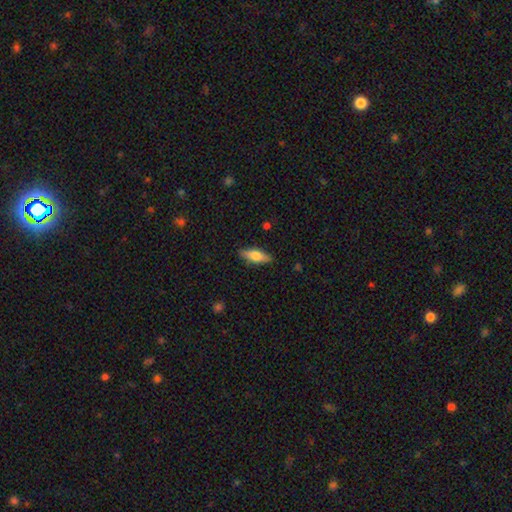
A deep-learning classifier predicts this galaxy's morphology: This appears to be a smooth galaxy with no disk features (60%) that is in between round and cigar-shaped (61%). Merging: none (86%).